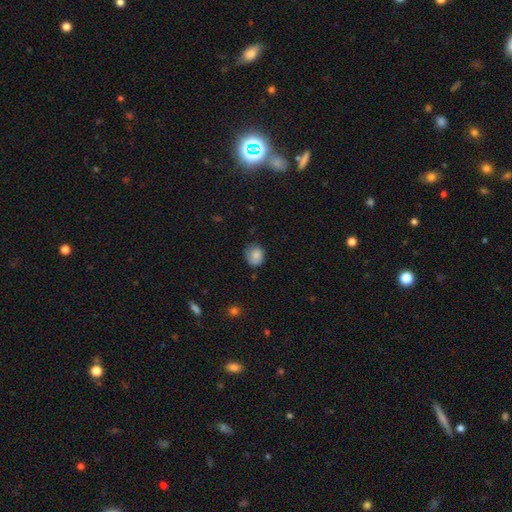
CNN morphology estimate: This appears to be a smooth galaxy with no disk features (81%) that is round (68%). Merging: none (67%).